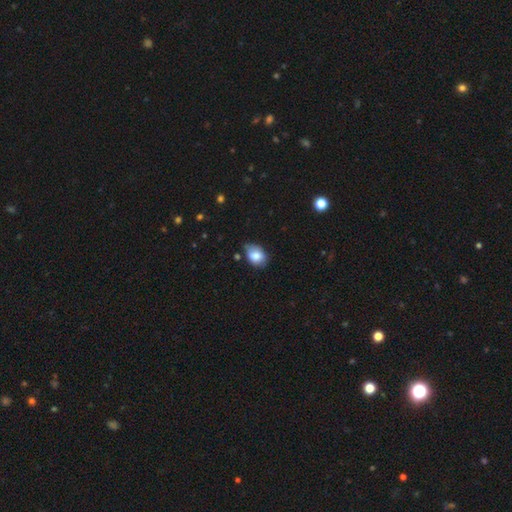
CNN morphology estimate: A smooth galaxy with no disk features (81%) that is in between round and cigar-shaped (73%).

Vote fractions:
- Smooth or featured? smooth: 81% / featured or disk: 11% / star or artifact: 8%
- How rounded? in between: 73% / round: 26% / cigar-shaped: 1%
- Merging? none: 53% / minor disturbance: 37% / major disturbance: 7% / merger: 3%